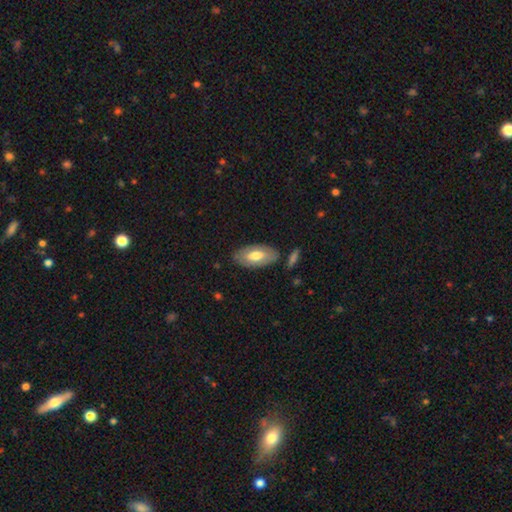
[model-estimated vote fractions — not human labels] This appears to be a smooth galaxy with no disk features (58%) that is in between round and cigar-shaped (93%). Merging: none (79%).